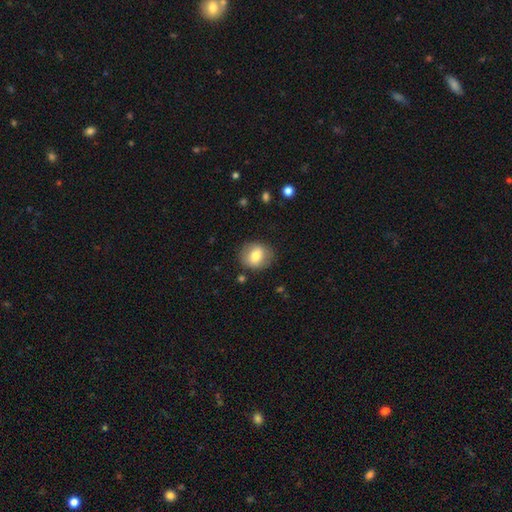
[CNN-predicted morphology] Smooth or featured?
  - smooth: 70% *
  - featured or disk: 22%
  - star or artifact: 8%
How rounded?
  - round: 70% *
  - in between: 29%
  - cigar-shaped: 1%
Merging?
  - none: 82% *
  - minor disturbance: 12%
  - major disturbance: 4%
  - merger: 2%